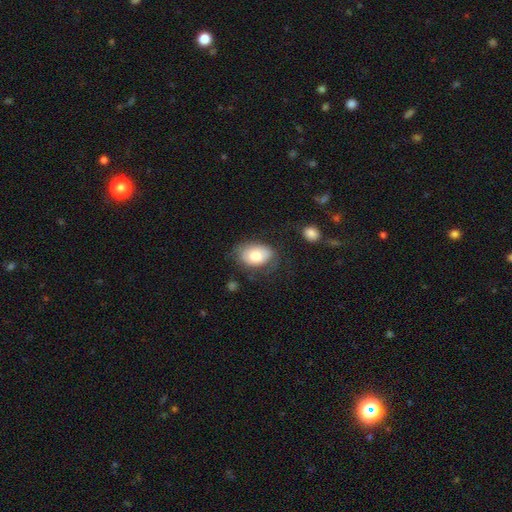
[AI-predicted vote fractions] The model was most divided on "merging": none: 60%, minor disturbance: 24%, major disturbance: 13%, merger: 3%. More confident: how rounded — in between (85%); smooth or featured — smooth (76%).